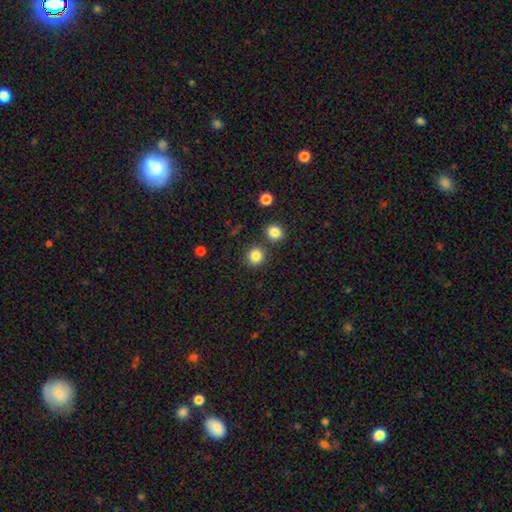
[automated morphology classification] smooth-or-featured: smooth: 85% | star or artifact: 11% | featured or disk: 4%
  how-rounded: round: 90% | in between: 9% | cigar-shaped: 1%
  merging: none: 80% | merger: 10% | minor disturbance: 7% | major disturbance: 3%